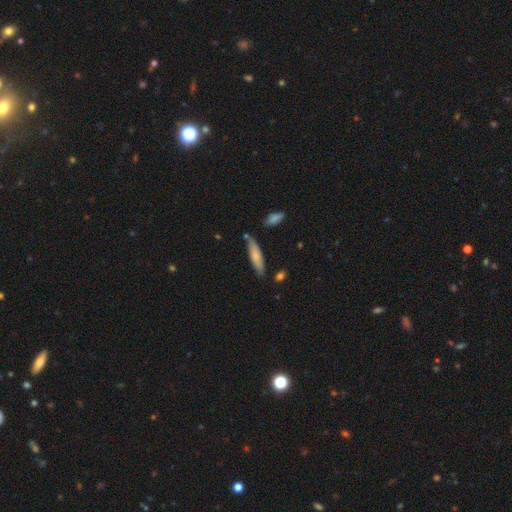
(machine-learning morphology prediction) type=smooth (75%); roundness=cigar-shaped (72%); merging=none (78%).